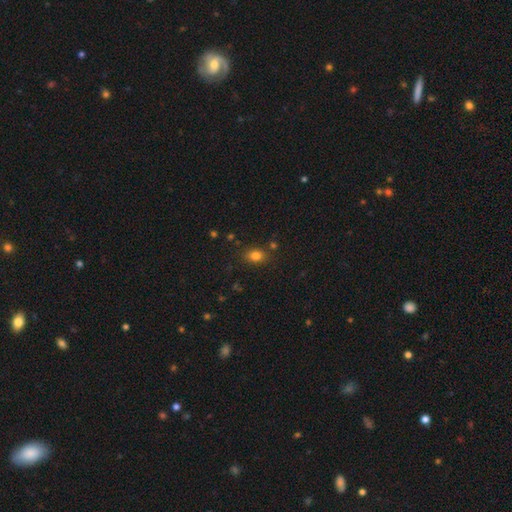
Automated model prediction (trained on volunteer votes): Smooth or featured? smooth (81%)
How rounded? in between (62%)
Merging? none (79%)